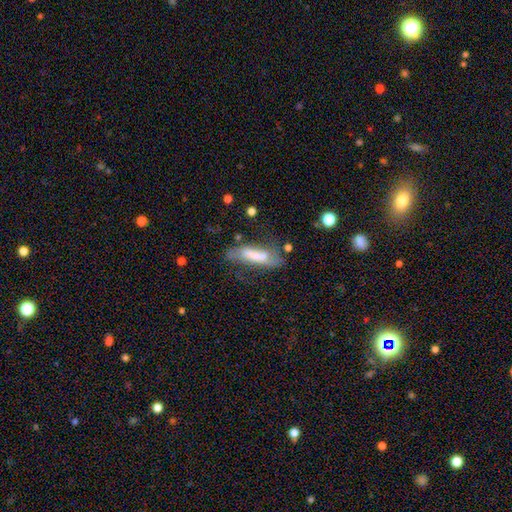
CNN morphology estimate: type=smooth (51%); roundness=cigar-shaped (57%); merging=none (42%).